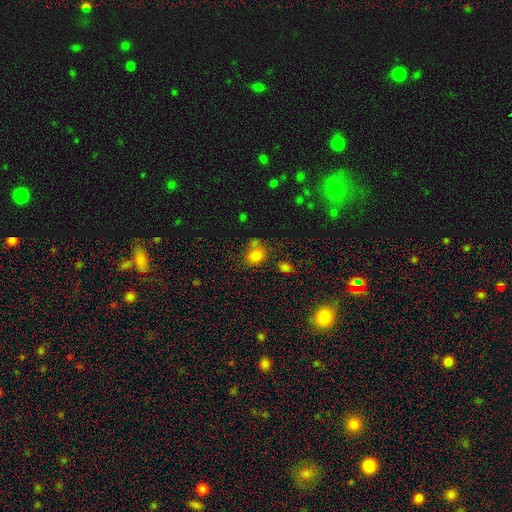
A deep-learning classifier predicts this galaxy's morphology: smooth-or-featured: smooth: 79% | star or artifact: 14% | featured or disk: 7%
  how-rounded: round: 56% | in between: 43% | cigar-shaped: 1%
  merging: none: 60% | minor disturbance: 19% | merger: 14% | major disturbance: 7%